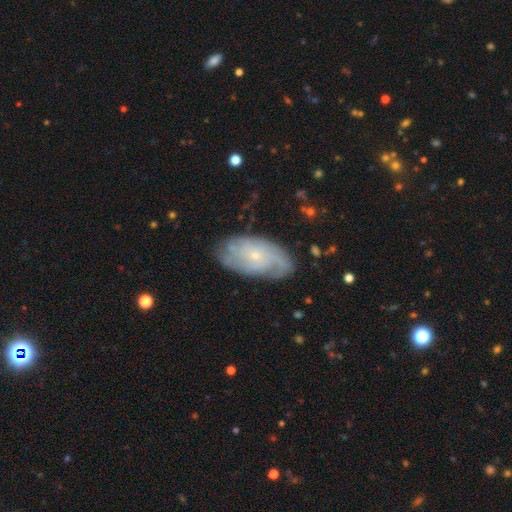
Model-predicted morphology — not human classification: Smooth or featured: featured or disk — 70% (smooth — 24%)
Edge-on disk: no — 94% (yes — 6%)
Bar: no — 80% (weak — 17%)
Spiral arms: yes — 87% (no — 13%)
Spiral winding: tight — 54% (medium — 33%)
Spiral arm count: can't tell — 48% (2 — 21%)
Bulge size: small — 83% (moderate — 13%)
Merging: none — 72% (minor disturbance — 20%)